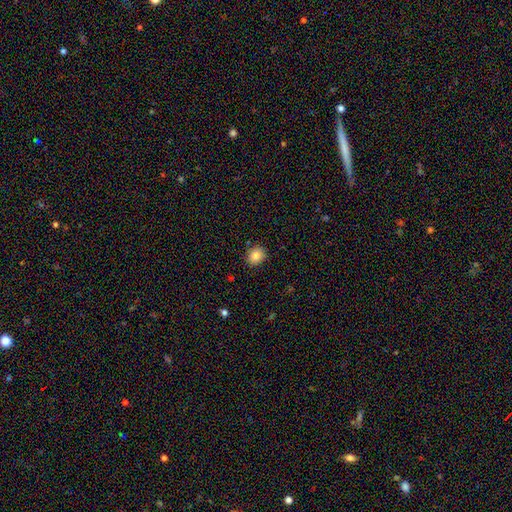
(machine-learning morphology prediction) type=smooth (85%); roundness=round (63%); merging=none (87%).